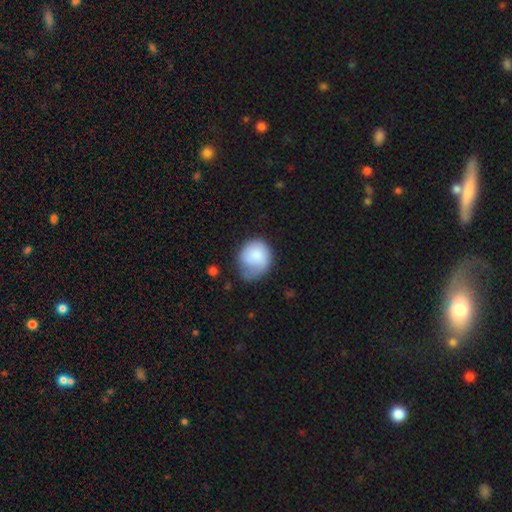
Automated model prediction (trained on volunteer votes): Smooth or featured? smooth (78%)
How rounded? round (69%)
Merging? minor disturbance (39%)